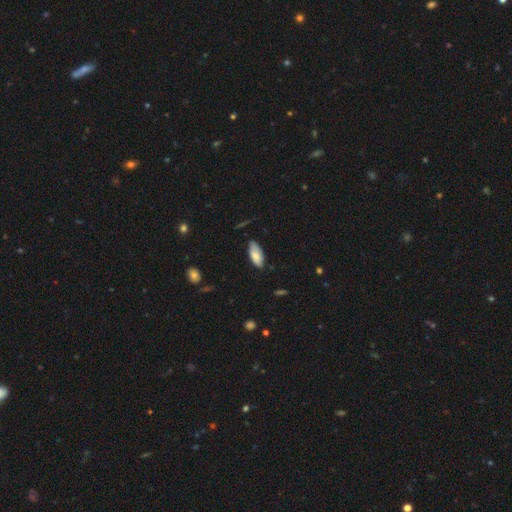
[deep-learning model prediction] Q: Smooth or featured?
A: smooth (77%); runner-up: featured or disk (16%)
Q: How rounded?
A: in between (87%); runner-up: cigar-shaped (11%)
Q: Merging?
A: none (75%); runner-up: minor disturbance (20%)